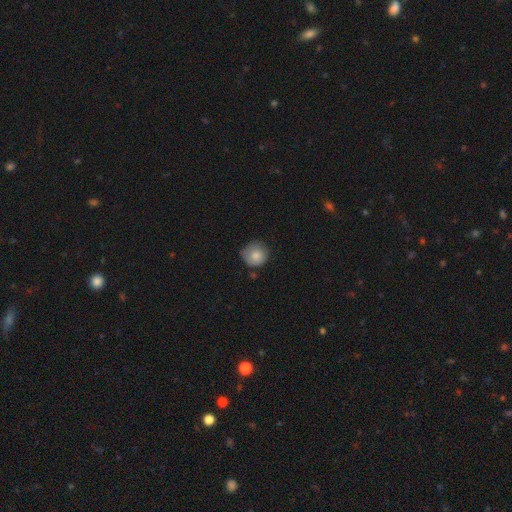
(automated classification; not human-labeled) smooth 81%, featured or disk 11%, star or artifact 8%. Down the decision tree: how rounded — round (90%); merging — none (66%).